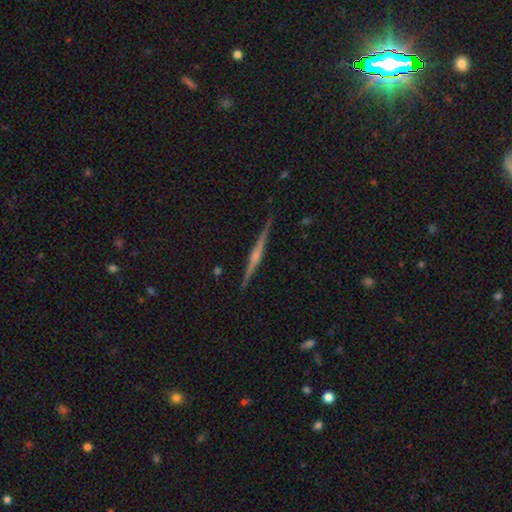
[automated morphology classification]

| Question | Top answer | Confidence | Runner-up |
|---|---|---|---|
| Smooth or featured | featured or disk | 81% | smooth (13%) |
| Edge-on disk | yes | 99% | no (1%) |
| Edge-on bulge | rounded | 74% | none (14%) |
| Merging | none | 91% | minor disturbance (6%) |